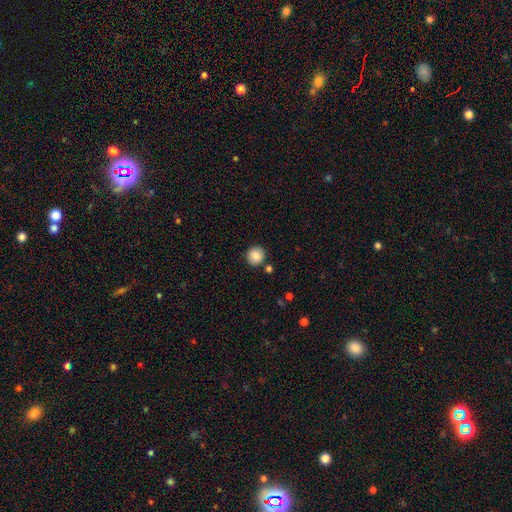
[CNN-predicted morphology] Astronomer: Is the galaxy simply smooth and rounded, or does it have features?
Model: smooth — 86%.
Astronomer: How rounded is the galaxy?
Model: round — 92%.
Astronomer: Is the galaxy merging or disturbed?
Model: none — 86%.